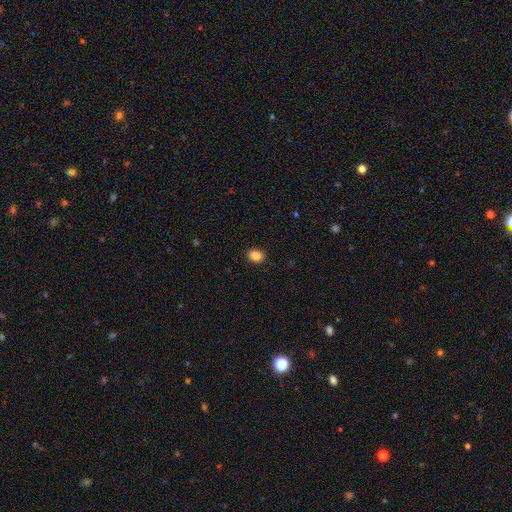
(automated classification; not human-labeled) smooth-or-featured: smooth: 87% | star or artifact: 10% | featured or disk: 4%
  how-rounded: in between: 53% | round: 46% | cigar-shaped: 1%
  merging: none: 89% | minor disturbance: 8% | major disturbance: 2% | merger: 1%